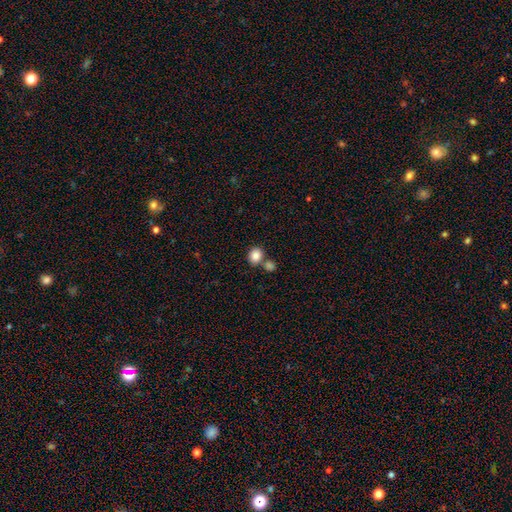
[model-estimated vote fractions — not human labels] Smooth or featured? smooth (86%)
How rounded? round (67%)
Merging? none (62%)